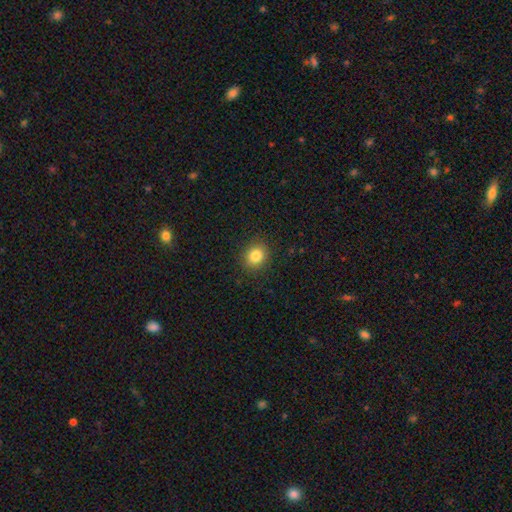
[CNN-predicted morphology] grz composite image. It shows a smooth galaxy with no disk features (84%) that is round (77%). Merging: none (90%).